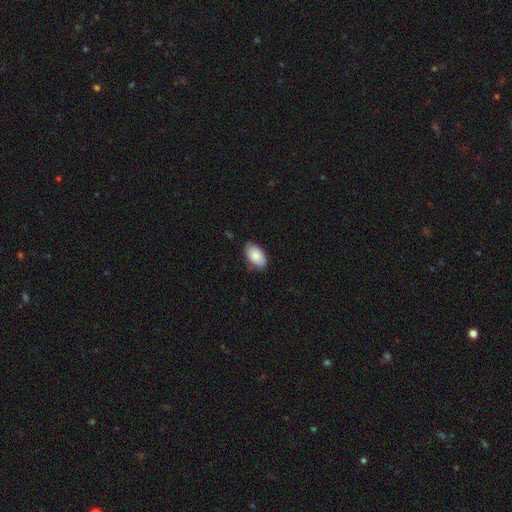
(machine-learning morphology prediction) Smooth or featured?
  - smooth: 86% *
  - featured or disk: 8%
  - star or artifact: 6%
How rounded?
  - in between: 95% *
  - round: 4%
  - cigar-shaped: 2%
Merging?
  - none: 79% *
  - minor disturbance: 18%
  - major disturbance: 3%
  - merger: 1%